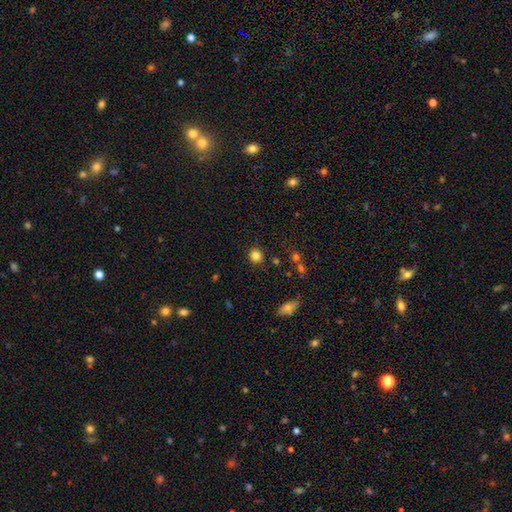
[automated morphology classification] Overall: smooth (83%). How rounded: round (90%). Merging: none (89%).